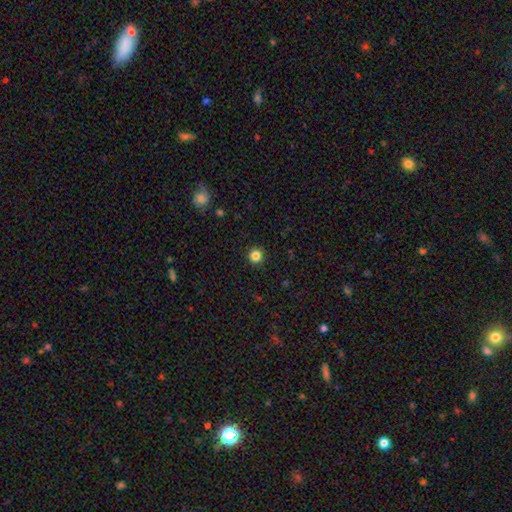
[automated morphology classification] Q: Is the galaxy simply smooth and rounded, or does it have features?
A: smooth — 84%.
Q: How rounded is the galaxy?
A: round — 95%.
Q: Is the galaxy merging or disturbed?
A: none — 93%.